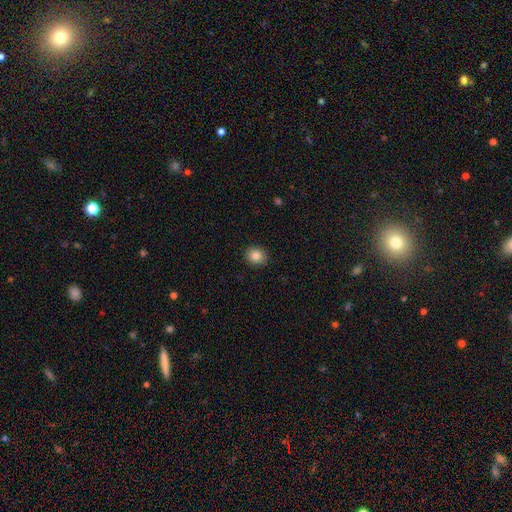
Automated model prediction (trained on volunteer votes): smooth_or_featured: smooth (p=0.84) [alt: star or artifact p=0.10]
how_rounded: round (p=0.74) [alt: in between p=0.25]
merging: none (p=0.91) [alt: minor disturbance p=0.06]